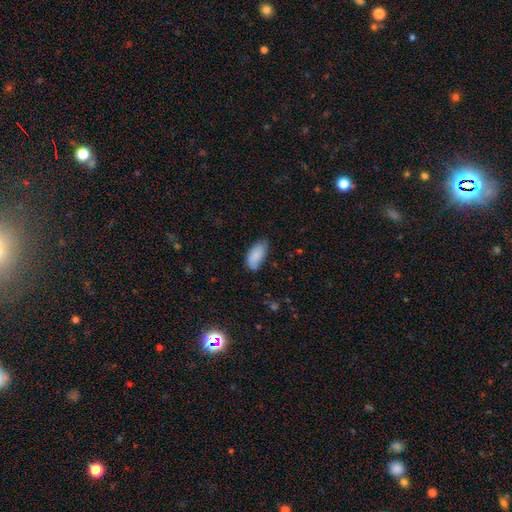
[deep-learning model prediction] This is clearly a smooth galaxy (85%). How rounded: clearly in between (93%). Merging: likely none (62%).